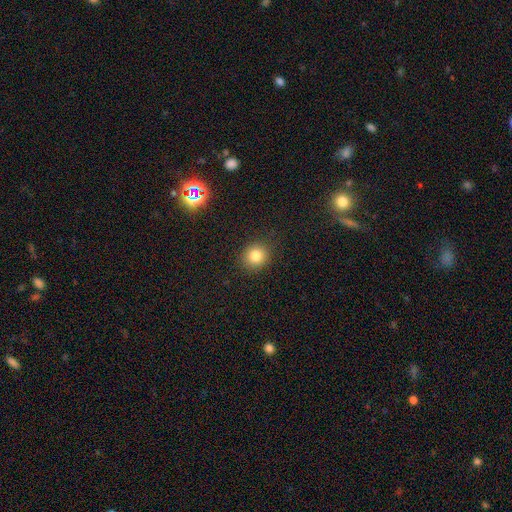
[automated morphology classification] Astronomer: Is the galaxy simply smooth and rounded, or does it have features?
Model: smooth — 82%.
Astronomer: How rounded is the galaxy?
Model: round — 81%.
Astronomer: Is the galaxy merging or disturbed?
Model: none — 89%.